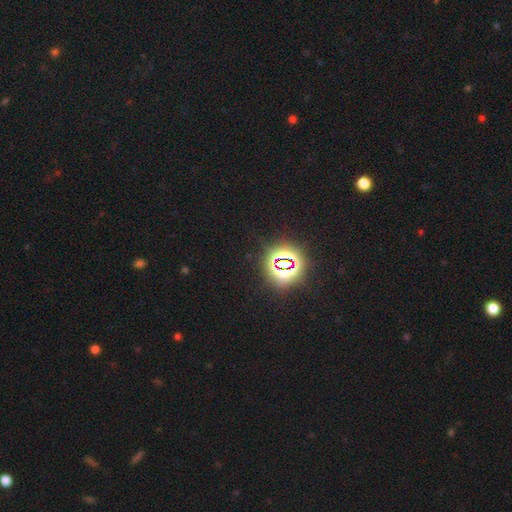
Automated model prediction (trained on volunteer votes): This appears to be a star or artifact, not a galaxy (83%).